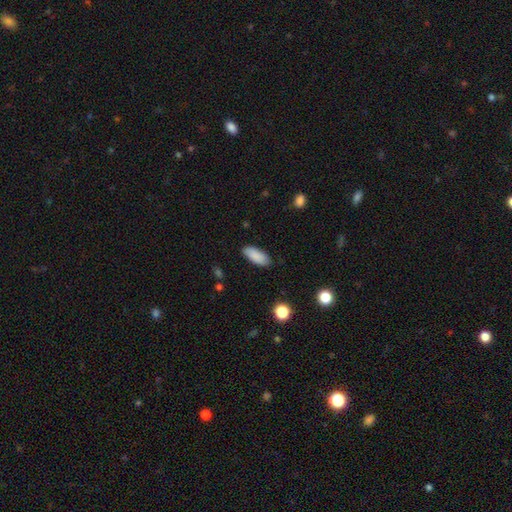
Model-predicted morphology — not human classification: This is clearly a smooth galaxy (88%). How rounded: likely in between (79%). Merging: clearly none (85%).